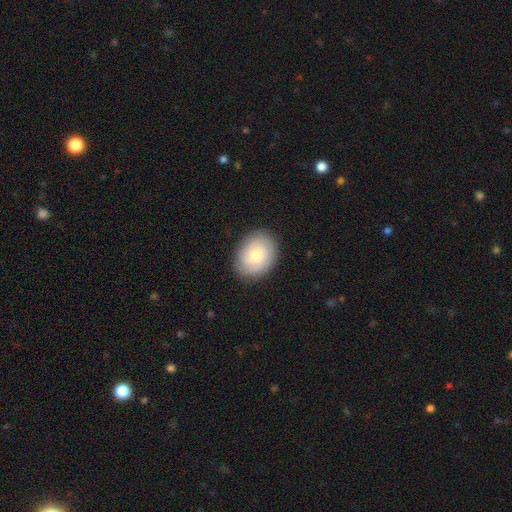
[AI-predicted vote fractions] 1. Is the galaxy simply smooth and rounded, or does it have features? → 74% smooth, 19% featured or disk, 7% star or artifact.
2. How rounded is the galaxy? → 54% in between, 45% round, 1% cigar-shaped.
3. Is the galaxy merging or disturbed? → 86% none, 10% minor disturbance, 3% major disturbance, 1% merger.